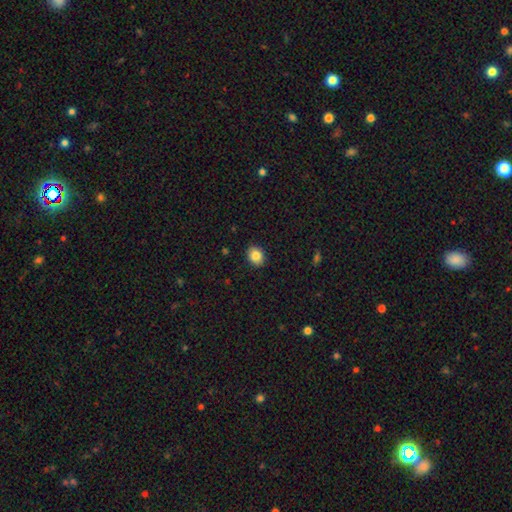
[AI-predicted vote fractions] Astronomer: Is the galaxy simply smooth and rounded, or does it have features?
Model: smooth — 84%.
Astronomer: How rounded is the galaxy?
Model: in between — 51% (runner-up: round, 48%).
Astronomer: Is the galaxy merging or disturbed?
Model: none — 90%.